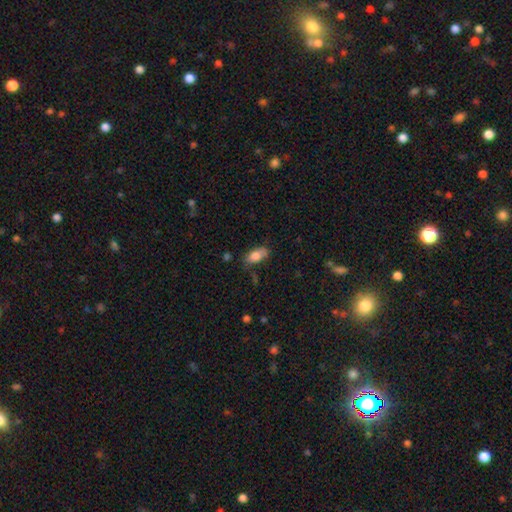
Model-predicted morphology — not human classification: smooth_or_featured: smooth (p=0.81) [alt: featured or disk p=0.11]
how_rounded: in between (p=0.88) [alt: cigar-shaped p=0.08]
merging: none (p=0.60) [alt: minor disturbance p=0.28]